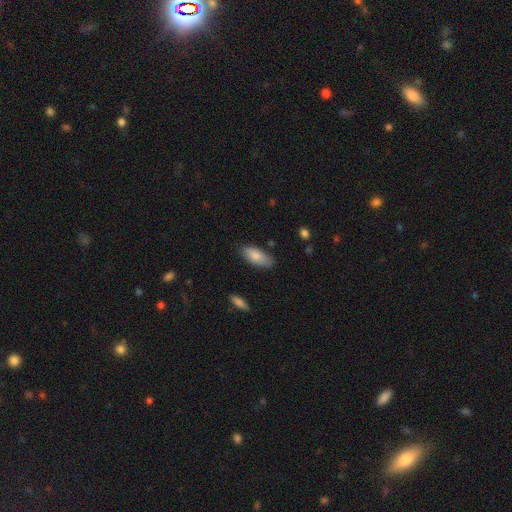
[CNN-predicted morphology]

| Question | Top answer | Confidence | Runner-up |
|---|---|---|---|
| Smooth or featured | smooth | 84% | featured or disk (10%) |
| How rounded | in between | 86% | cigar-shaped (12%) |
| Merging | none | 78% | minor disturbance (17%) |